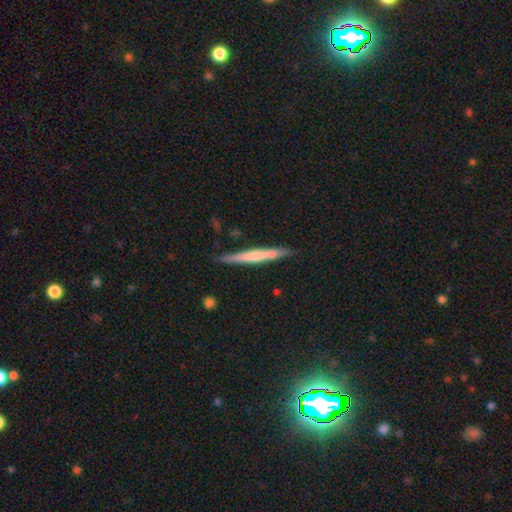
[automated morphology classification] A featured or disk galaxy (49%).

Vote fractions:
- Smooth or featured? featured or disk: 49% / smooth: 45% / star or artifact: 6%
- Merging? none: 84% / minor disturbance: 12% / merger: 2% / major disturbance: 2%